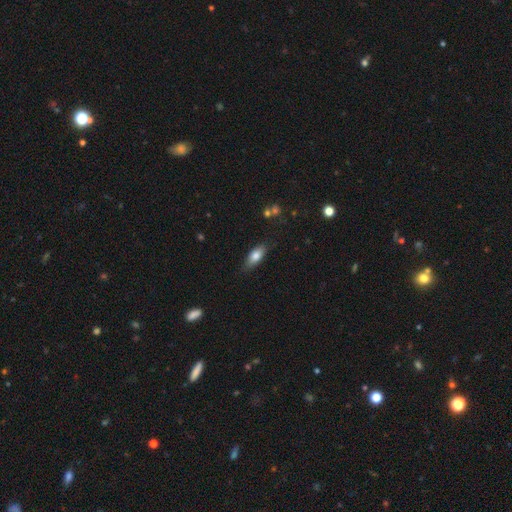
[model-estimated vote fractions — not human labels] This is likely a smooth galaxy (77%). How rounded: likely in between (77%). Merging: likely none (77%).